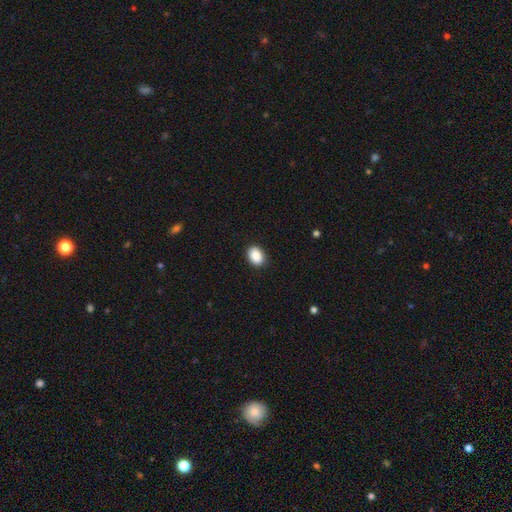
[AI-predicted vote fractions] Smooth or featured: smooth — 89% (star or artifact — 8%)
How rounded: in between — 76% (round — 23%)
Merging: none — 89% (minor disturbance — 8%)